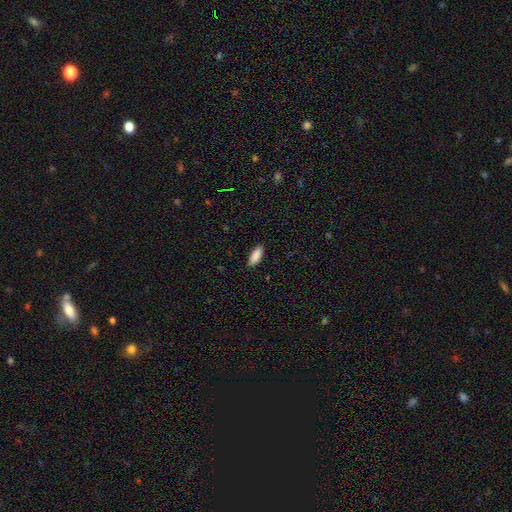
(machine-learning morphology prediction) This is clearly a smooth galaxy (90%). How rounded: clearly in between (80%). Merging: clearly none (89%).